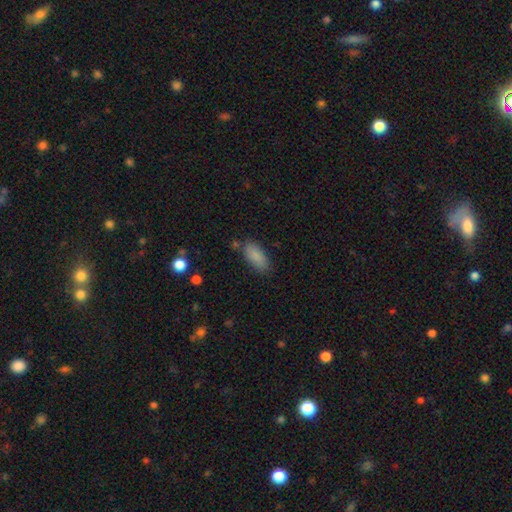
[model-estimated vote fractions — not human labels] Morphology: type=smooth (87%); roundness=in between (86%); merging=none (77%).